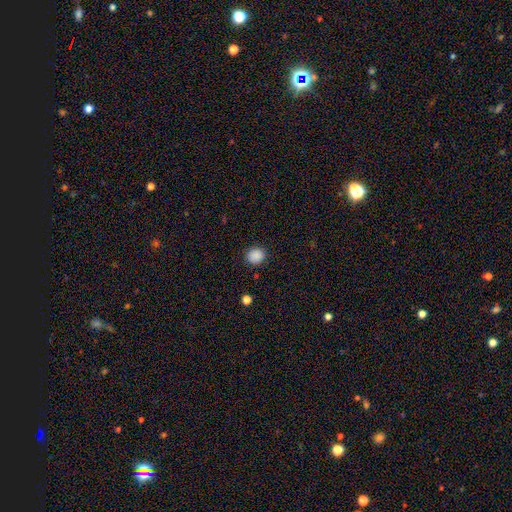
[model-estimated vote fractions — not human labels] Smooth or featured: smooth — 88% (star or artifact — 10%)
How rounded: round — 80% (in between — 19%)
Merging: none — 88% (minor disturbance — 8%)